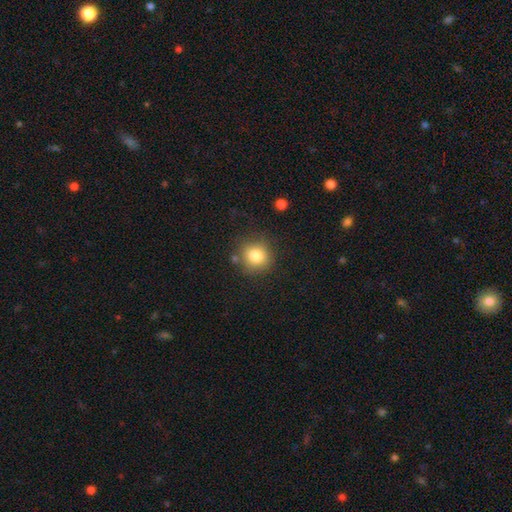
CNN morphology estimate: Q: Smooth or featured?
A: smooth (82%); runner-up: star or artifact (11%)
Q: How rounded?
A: round (89%); runner-up: in between (10%)
Q: Merging?
A: none (80%); runner-up: minor disturbance (12%)